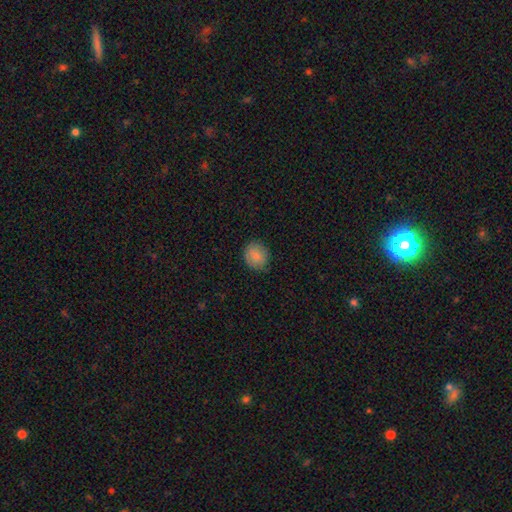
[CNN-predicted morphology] A smooth galaxy with no disk features (82%) that is round (73%).

Vote fractions:
- Smooth or featured? smooth: 82% / featured or disk: 9% / star or artifact: 8%
- How rounded? round: 73% / in between: 26% / cigar-shaped: 1%
- Merging? none: 80% / minor disturbance: 16% / major disturbance: 3% / merger: 1%